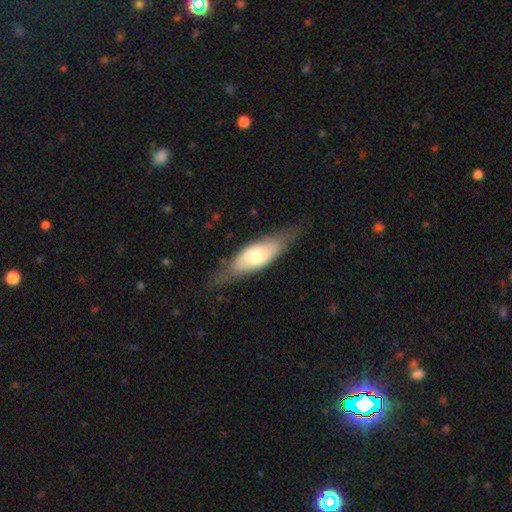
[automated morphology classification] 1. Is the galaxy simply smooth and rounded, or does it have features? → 53% smooth, 41% featured or disk, 6% star or artifact.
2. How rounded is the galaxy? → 63% in between, 34% cigar-shaped, 3% round.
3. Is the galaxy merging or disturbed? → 67% none, 23% minor disturbance, 8% major disturbance, 1% merger.